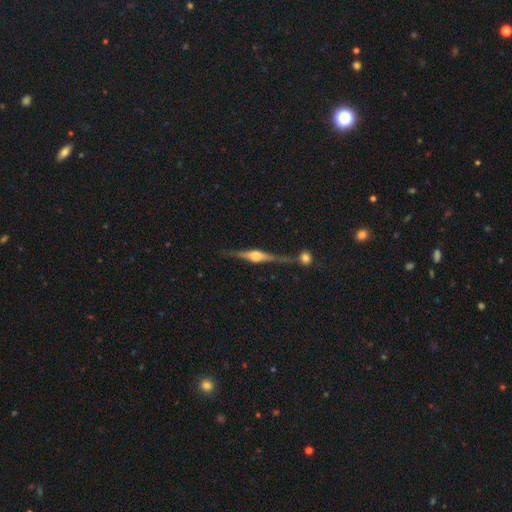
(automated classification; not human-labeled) smooth_or_featured: featured or disk (p=0.84) [alt: smooth p=0.10]
disk_edge_on: yes (p=0.97) [alt: no p=0.03]
edge_on_bulge: rounded (p=0.87) [alt: boxy p=0.11]
merging: none (p=0.77) [alt: minor disturbance p=0.12]